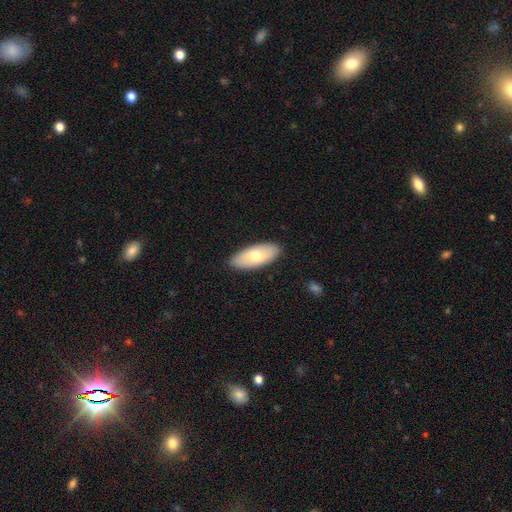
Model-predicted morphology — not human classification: A smooth galaxy with no disk features (70%) that is in between round and cigar-shaped (85%).

Vote fractions:
- Smooth or featured? smooth: 70% / featured or disk: 25% / star or artifact: 5%
- How rounded? in between: 85% / cigar-shaped: 13% / round: 2%
- Merging? none: 88% / minor disturbance: 9% / major disturbance: 2% / merger: 1%